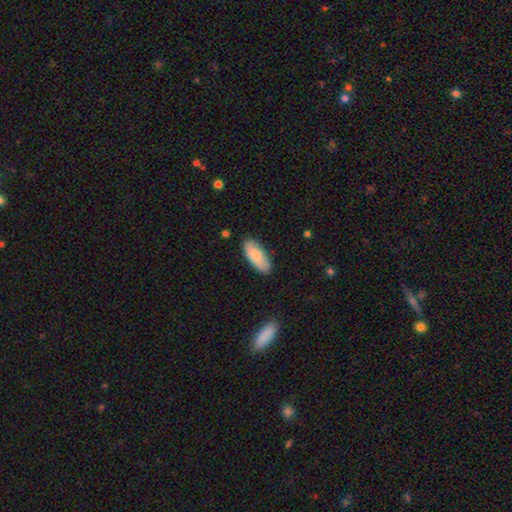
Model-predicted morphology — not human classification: Smooth or featured: smooth — 75% (featured or disk — 19%)
How rounded: in between — 85% (cigar-shaped — 13%)
Merging: none — 83% (minor disturbance — 13%)